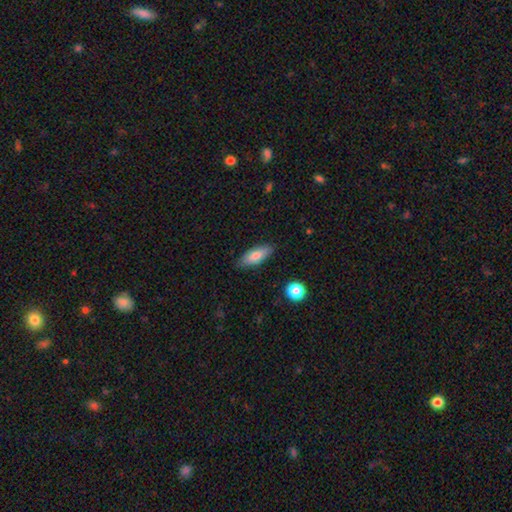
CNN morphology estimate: This is likely a smooth galaxy (76%). How rounded: likely in between (74%). Merging: clearly none (84%).